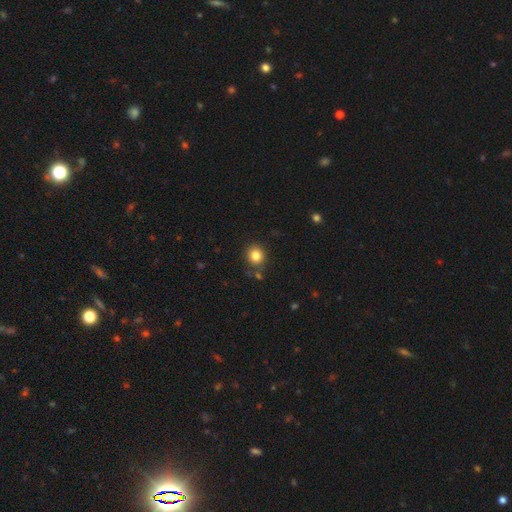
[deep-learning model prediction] Q: Smooth or featured?
A: smooth (83%); runner-up: star or artifact (11%)
Q: How rounded?
A: round (85%); runner-up: in between (14%)
Q: Merging?
A: none (83%); runner-up: minor disturbance (9%)